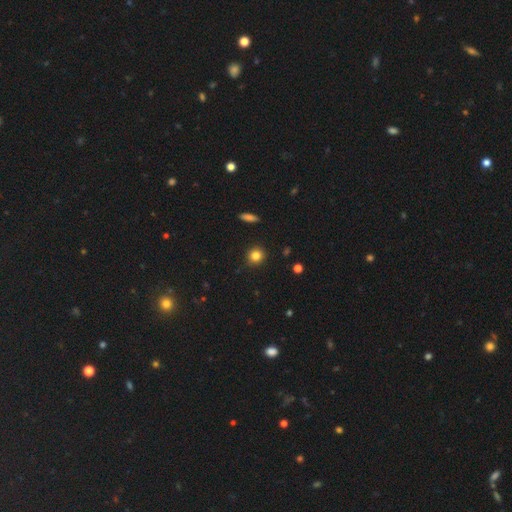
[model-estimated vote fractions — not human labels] Overall: smooth (82%). How rounded: round (90%). Merging: none (90%).